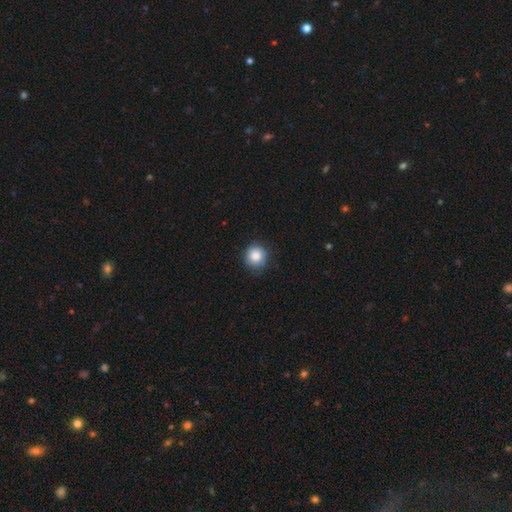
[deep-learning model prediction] Overall: smooth (85%). How rounded: round (89%). Merging: none (82%).